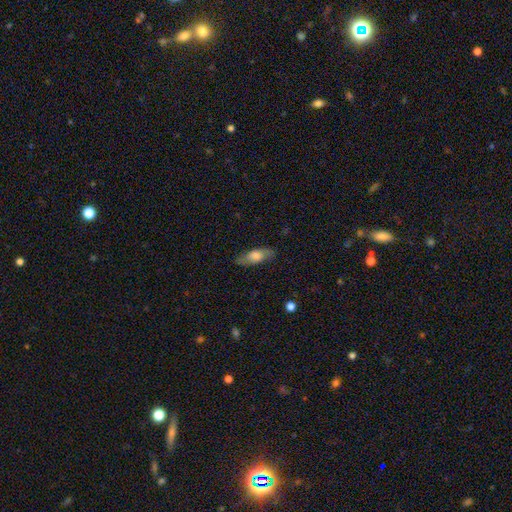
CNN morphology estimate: The model was most divided on "smooth or featured": smooth: 63%, featured or disk: 30%, star or artifact: 7%. More confident: merging — none (79%); how rounded — in between (67%).